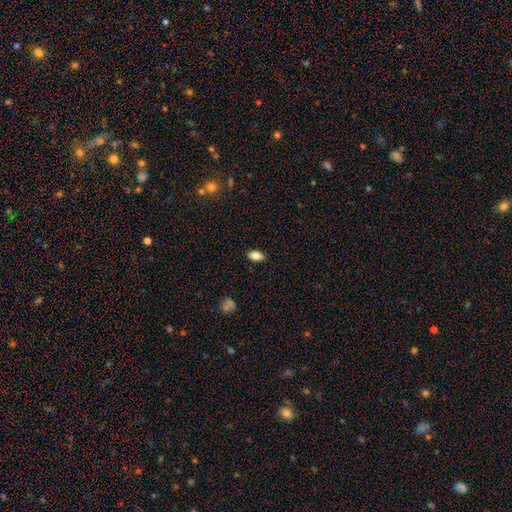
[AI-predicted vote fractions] The model was most divided on "smooth or featured": smooth: 81%, featured or disk: 11%, star or artifact: 8%. More confident: how rounded — in between (89%); merging — none (88%).